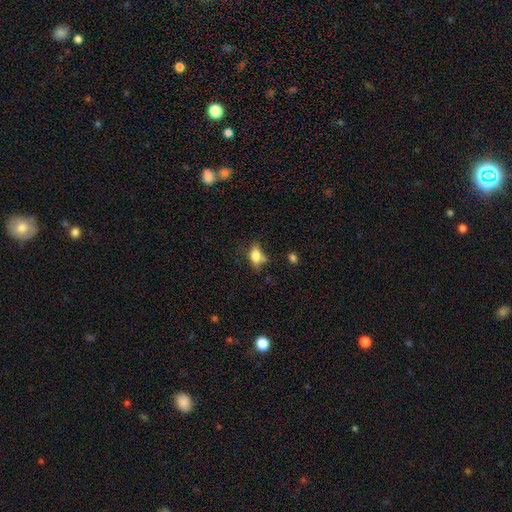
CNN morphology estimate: This appears to be a smooth galaxy with no disk features (75%) that is in between round and cigar-shaped (80%). Merging: none (50%).